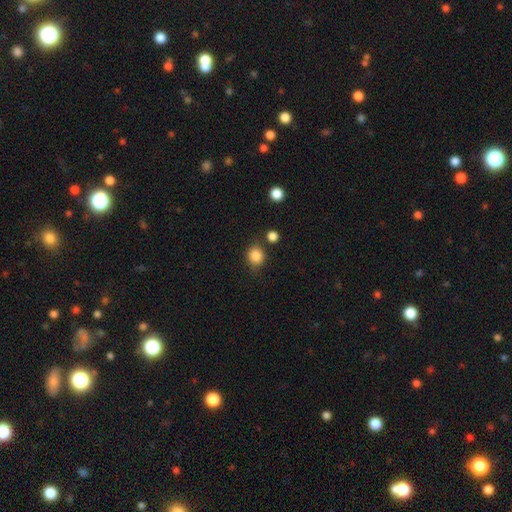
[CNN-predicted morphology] A smooth galaxy with no disk features (85%) that is round (76%).

Vote fractions:
- Smooth or featured? smooth: 85% / star or artifact: 10% / featured or disk: 5%
- How rounded? round: 76% / in between: 23% / cigar-shaped: 1%
- Merging? none: 75% / minor disturbance: 14% / merger: 7% / major disturbance: 4%